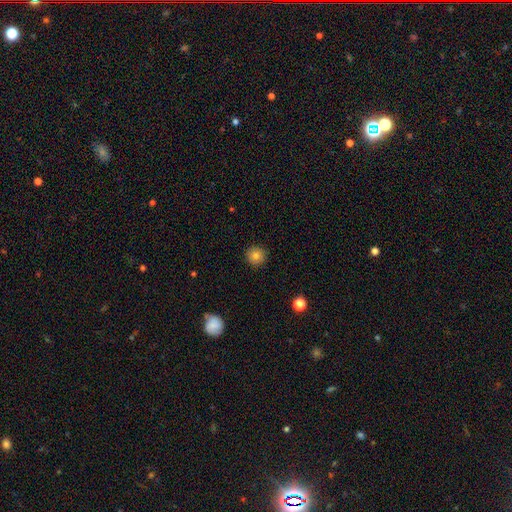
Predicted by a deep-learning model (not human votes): A smooth galaxy with no disk features (81%) that is round (94%). Merging: none (91%).